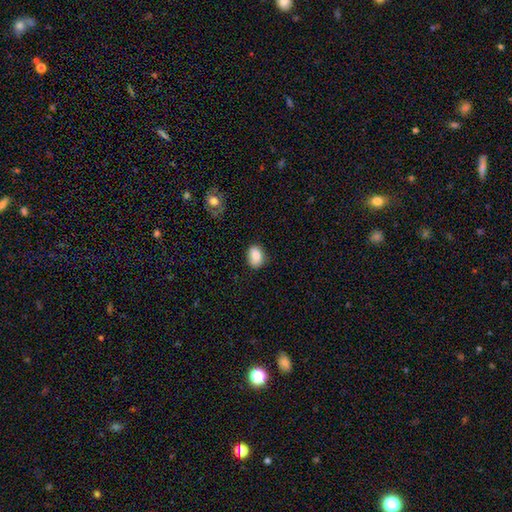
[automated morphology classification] Smooth or featured? Predicted: smooth (p=0.81). How rounded? Predicted: in between (p=0.70). Merging? Predicted: none (p=0.82).